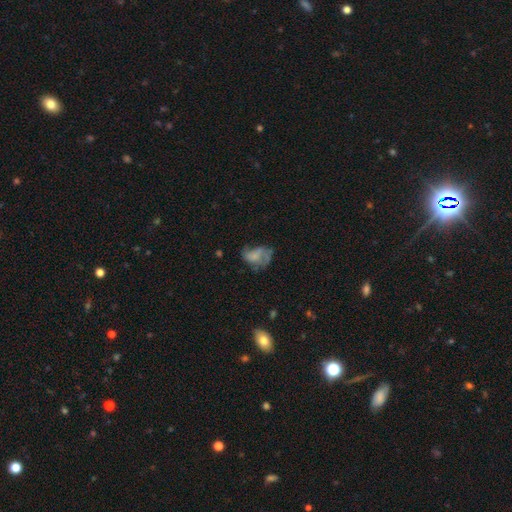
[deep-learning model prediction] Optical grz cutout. It shows a featured or disk galaxy (45%). Merging: major disturbance (39%).